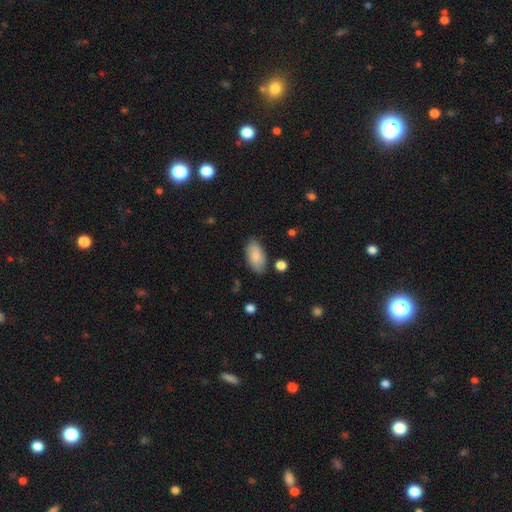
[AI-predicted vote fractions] Morphology: type=smooth (80%); roundness=in between (94%); merging=none (81%).